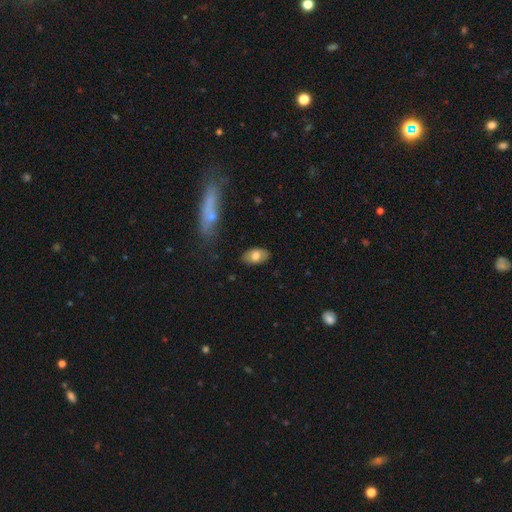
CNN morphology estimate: A smooth galaxy with no disk features (75%) that is in between round and cigar-shaped (92%). Merging: none (85%).